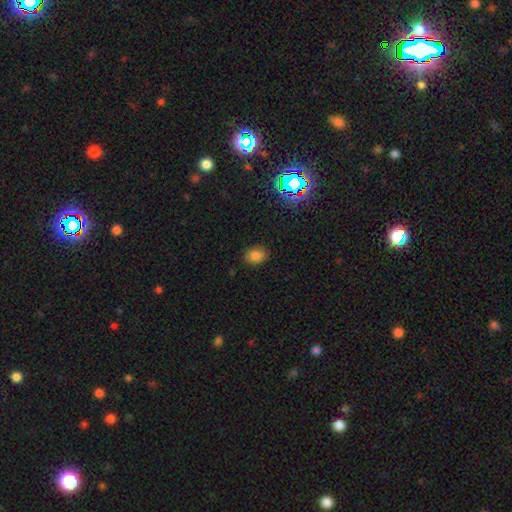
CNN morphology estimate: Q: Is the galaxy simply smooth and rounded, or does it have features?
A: smooth — 79%.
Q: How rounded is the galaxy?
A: in between — 56%.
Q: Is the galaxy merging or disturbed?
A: none — 83%.